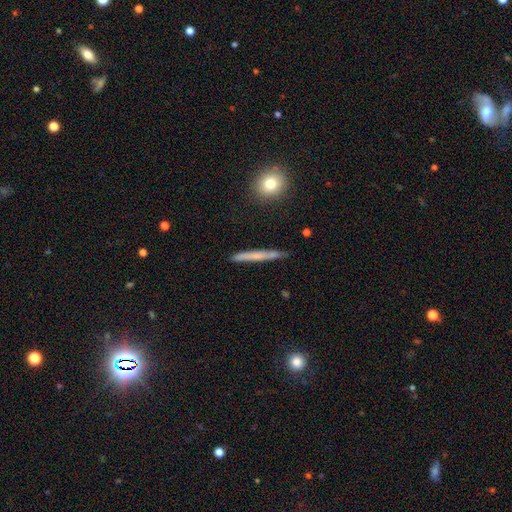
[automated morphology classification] type=smooth (56%); roundness=cigar-shaped (95%); merging=none (87%).